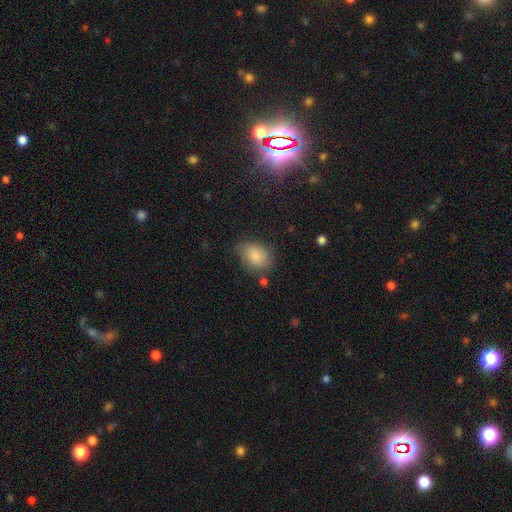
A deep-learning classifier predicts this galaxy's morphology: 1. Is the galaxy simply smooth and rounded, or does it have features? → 80% smooth, 11% featured or disk, 8% star or artifact.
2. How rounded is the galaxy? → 66% in between, 32% round, 1% cigar-shaped.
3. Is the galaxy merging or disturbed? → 57% none, 29% minor disturbance, 10% major disturbance, 4% merger.